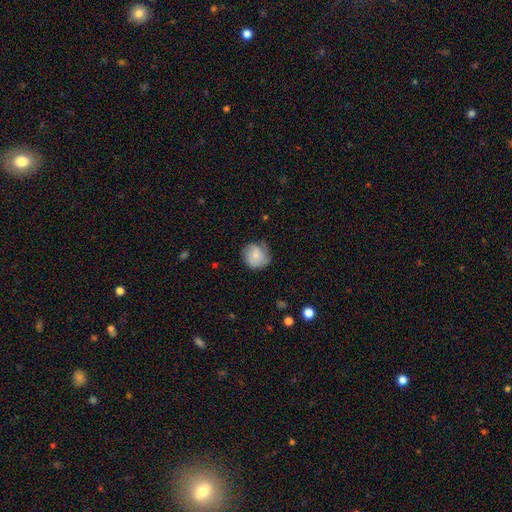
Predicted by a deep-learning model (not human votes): Q: Smooth or featured?
A: smooth (74%); runner-up: featured or disk (19%)
Q: How rounded?
A: round (86%); runner-up: in between (13%)
Q: Merging?
A: none (65%); runner-up: minor disturbance (26%)